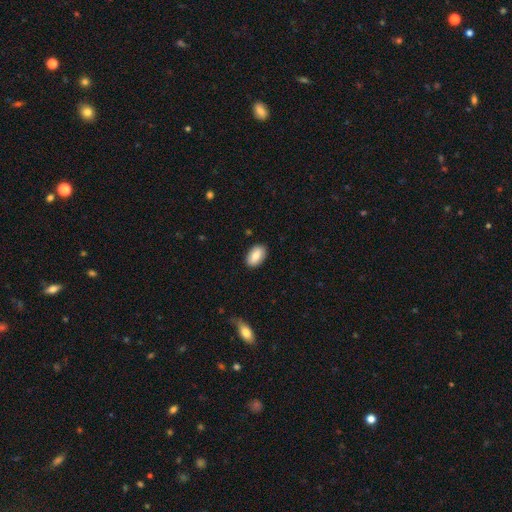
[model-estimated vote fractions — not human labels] Smooth or featured? Predicted: smooth (p=0.81). How rounded? Predicted: in between (p=0.93). Merging? Predicted: none (p=0.88).